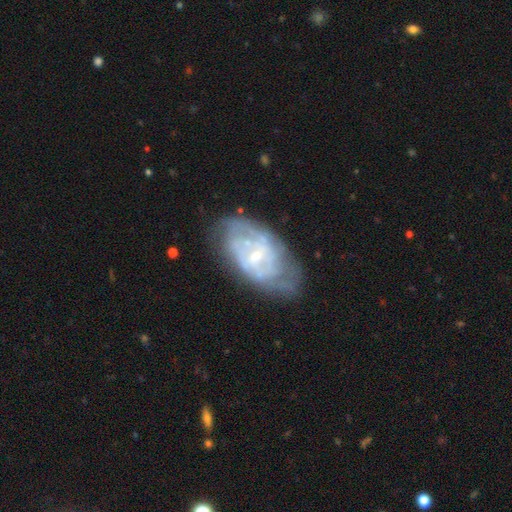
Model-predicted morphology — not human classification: Smooth or featured? Predicted: featured or disk (p=0.78). Edge-on disk? Predicted: no (p=0.95). Bar? Predicted: weak (p=0.46). Spiral arms? Predicted: yes (p=0.80). Spiral winding? Predicted: tight (p=0.55). Spiral arm count? Predicted: can't tell (p=0.49). Bulge size? Predicted: small (p=0.66). Merging? Predicted: none (p=0.64).